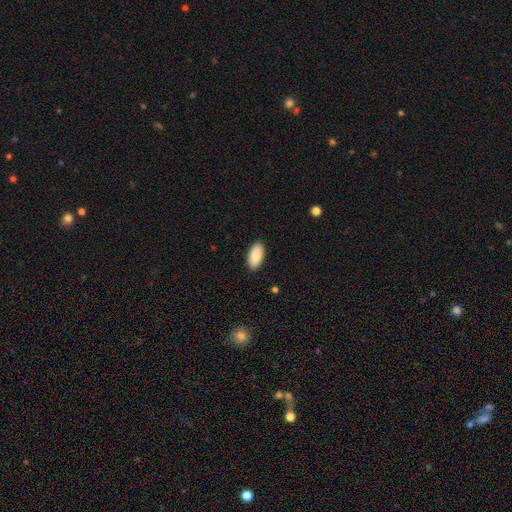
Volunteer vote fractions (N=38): This appears to be a smooth galaxy with no disk features (82%) that is in between round and cigar-shaped (94%). Merging: none (86%).